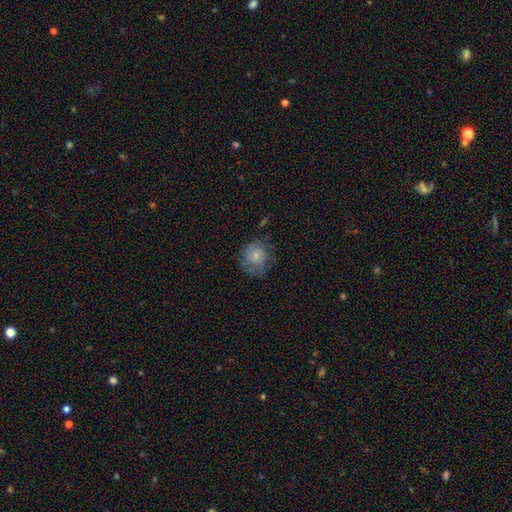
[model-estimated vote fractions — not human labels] Smooth or featured? Predicted: smooth (p=0.71). How rounded? Predicted: round (p=0.77). Merging? Predicted: none (p=0.59).